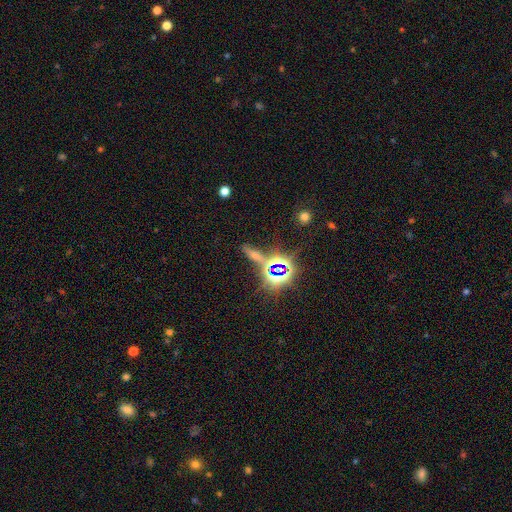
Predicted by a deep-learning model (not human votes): Smooth or featured? Predicted: star or artifact (p=0.61).